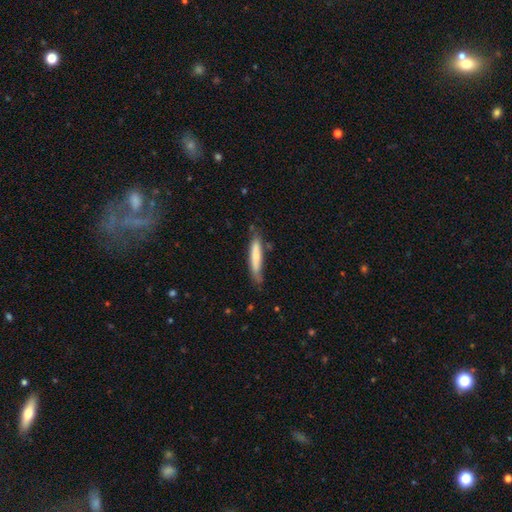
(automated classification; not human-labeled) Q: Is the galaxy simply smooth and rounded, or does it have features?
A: smooth — 74%.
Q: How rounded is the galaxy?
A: cigar-shaped — 89%.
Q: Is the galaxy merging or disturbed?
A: none — 63%.